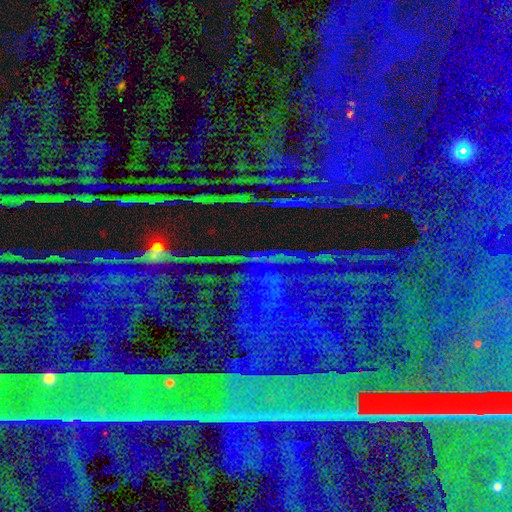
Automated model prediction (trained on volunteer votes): This appears to be a star or artifact, not a galaxy (84%).